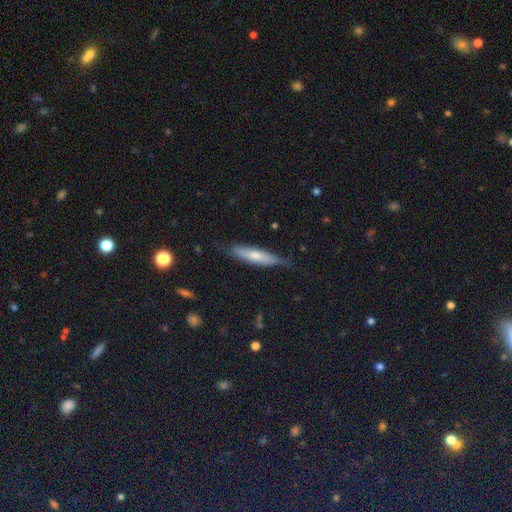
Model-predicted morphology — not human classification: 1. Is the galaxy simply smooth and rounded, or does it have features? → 58% smooth, 36% featured or disk, 6% star or artifact.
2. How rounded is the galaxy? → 81% cigar-shaped, 17% in between, 2% round.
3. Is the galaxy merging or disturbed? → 71% none, 23% minor disturbance, 5% major disturbance, 2% merger.